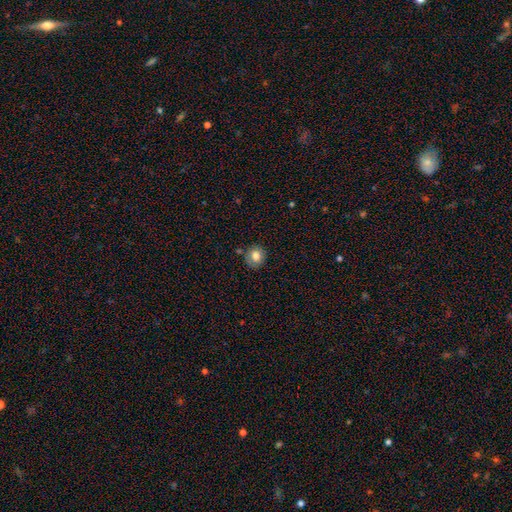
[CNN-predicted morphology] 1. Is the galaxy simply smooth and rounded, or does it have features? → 79% smooth, 11% featured or disk, 10% star or artifact.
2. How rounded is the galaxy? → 83% round, 16% in between, 1% cigar-shaped.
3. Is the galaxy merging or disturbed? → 79% none, 13% minor disturbance, 4% merger, 3% major disturbance.